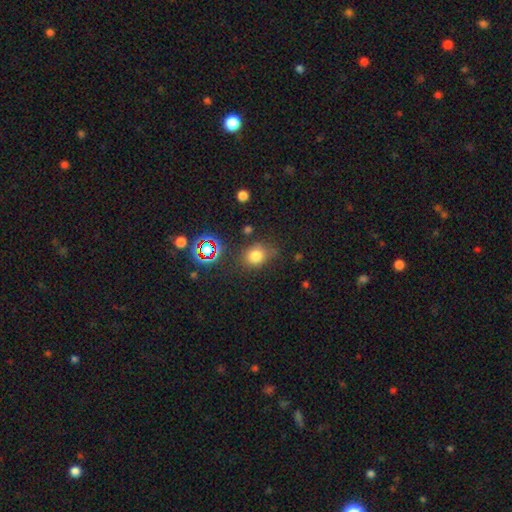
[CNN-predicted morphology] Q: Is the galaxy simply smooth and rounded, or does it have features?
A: smooth — 74%.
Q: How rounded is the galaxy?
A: round — 54%.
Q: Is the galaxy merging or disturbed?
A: none — 70%.